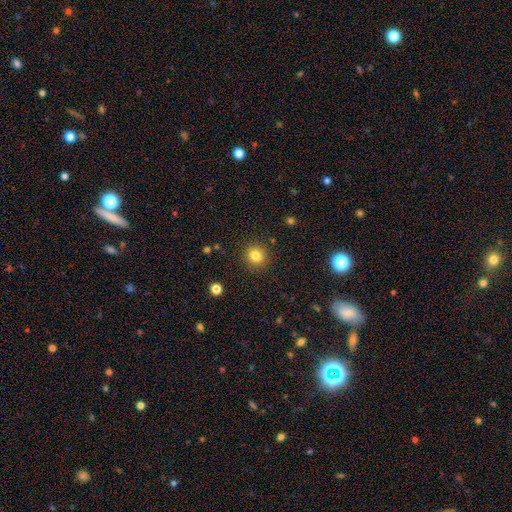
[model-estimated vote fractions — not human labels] Q: Smooth or featured?
A: smooth (82%); runner-up: star or artifact (12%)
Q: How rounded?
A: round (88%); runner-up: in between (11%)
Q: Merging?
A: none (89%); runner-up: minor disturbance (7%)